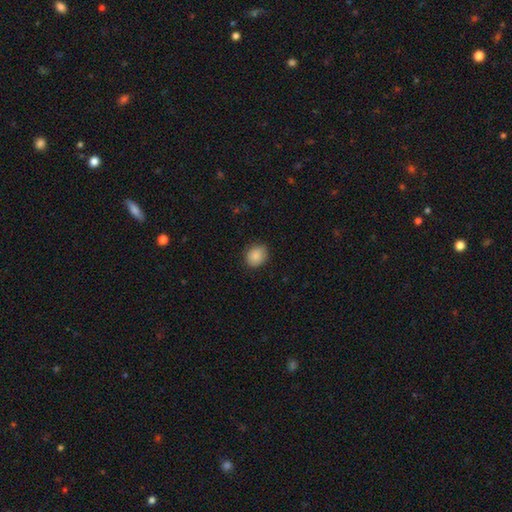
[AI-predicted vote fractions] Smooth or featured? Predicted: smooth (p=0.88). How rounded? Predicted: round (p=0.56). Merging? Predicted: none (p=0.84).